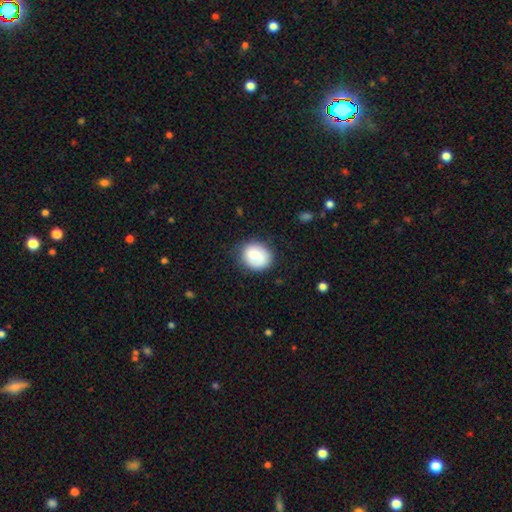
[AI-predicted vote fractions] This appears to be a smooth galaxy with no disk features (77%) that is round (70%). Merging: none (76%).